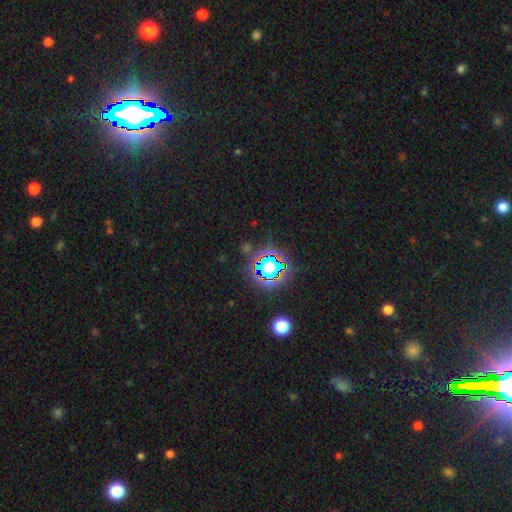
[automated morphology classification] Smooth or featured? Predicted: star or artifact (p=0.79).